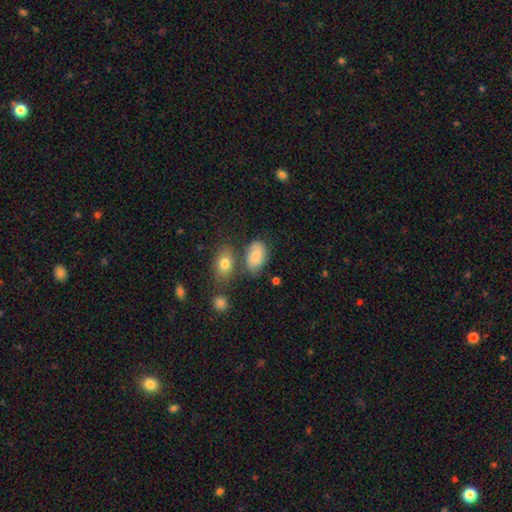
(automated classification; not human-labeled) smooth 75%, featured or disk 16%, star or artifact 9%. Down the decision tree: how rounded — in between (89%); merging — none (61%).